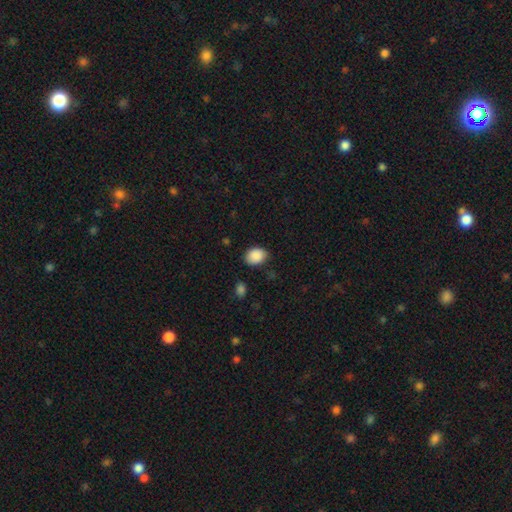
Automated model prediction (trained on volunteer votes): smooth 90%, star or artifact 7%, featured or disk 3%. Down the decision tree: how rounded — in between (64%); merging — none (81%).